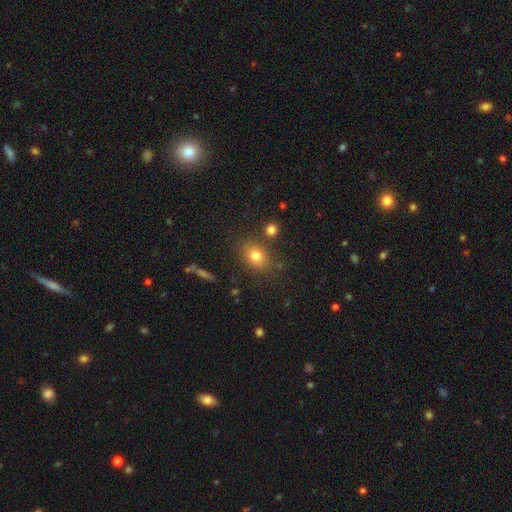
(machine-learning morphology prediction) A smooth galaxy with no disk features (77%) that is in between round and cigar-shaped (59%).

Vote fractions:
- Smooth or featured? smooth: 77% / star or artifact: 13% / featured or disk: 10%
- How rounded? in between: 59% / round: 39% / cigar-shaped: 2%
- Merging? none: 78% / minor disturbance: 12% / merger: 7% / major disturbance: 4%